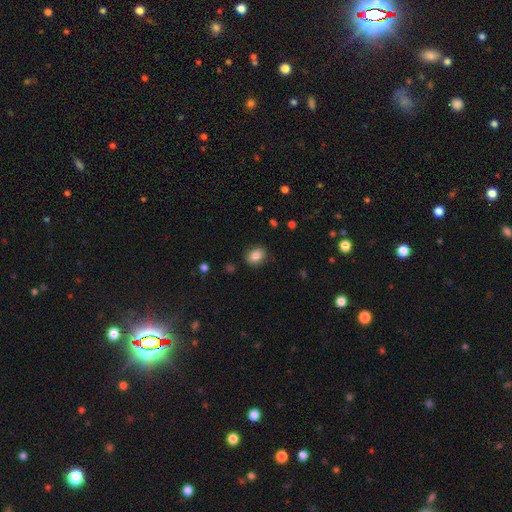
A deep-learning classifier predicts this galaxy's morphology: A smooth galaxy with no disk features (85%) that is in between round and cigar-shaped (53%). Merging: none (84%).